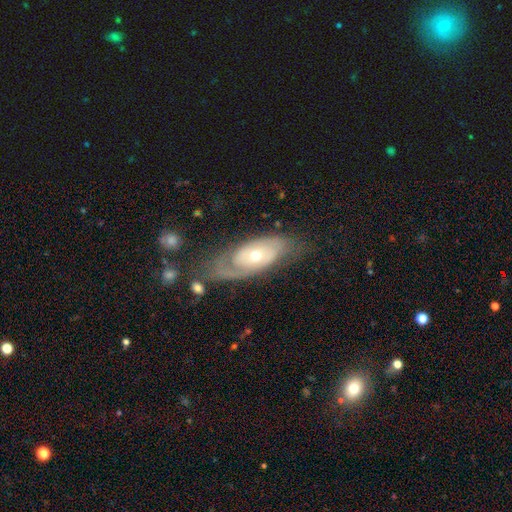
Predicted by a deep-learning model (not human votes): Morphology: type=featured or disk (74%); edge-on=no (90%); bar=no (78%); spiral arms=yes (80%); winding=tight (49%); arm count=2 (50%); bulge=moderate (53%); merging=none (52%).